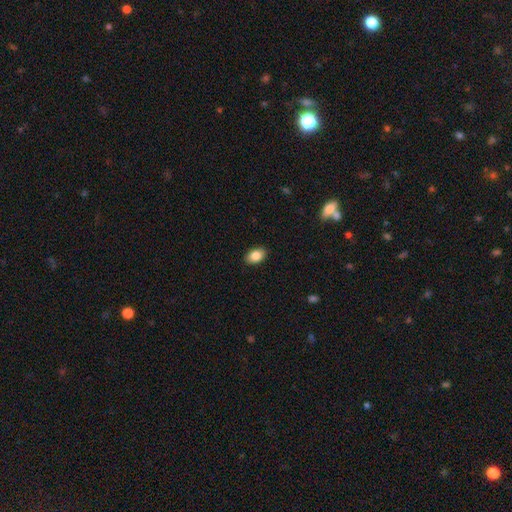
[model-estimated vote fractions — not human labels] smooth_or_featured: smooth (p=0.86) [alt: star or artifact p=0.08]
how_rounded: in between (p=0.86) [alt: round p=0.12]
merging: none (p=0.90) [alt: minor disturbance p=0.08]